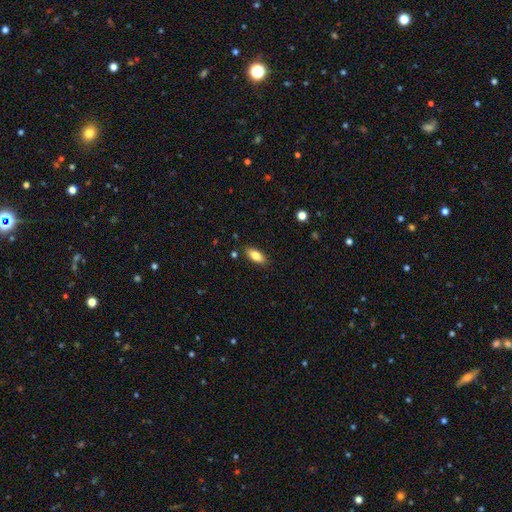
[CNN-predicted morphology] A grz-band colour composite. It shows a smooth galaxy with no disk features (83%) that is in between round and cigar-shaped (84%). Merging: none (86%).